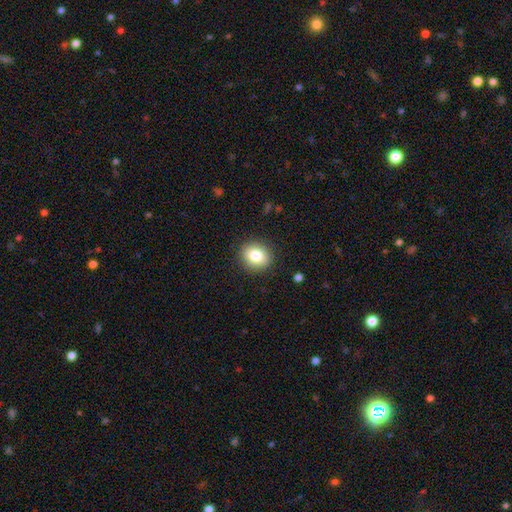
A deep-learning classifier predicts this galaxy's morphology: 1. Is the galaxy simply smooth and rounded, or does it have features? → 82% smooth, 10% star or artifact, 8% featured or disk.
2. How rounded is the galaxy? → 71% round, 28% in between, 1% cigar-shaped.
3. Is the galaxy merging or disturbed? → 90% none, 7% minor disturbance, 2% major disturbance, 1% merger.